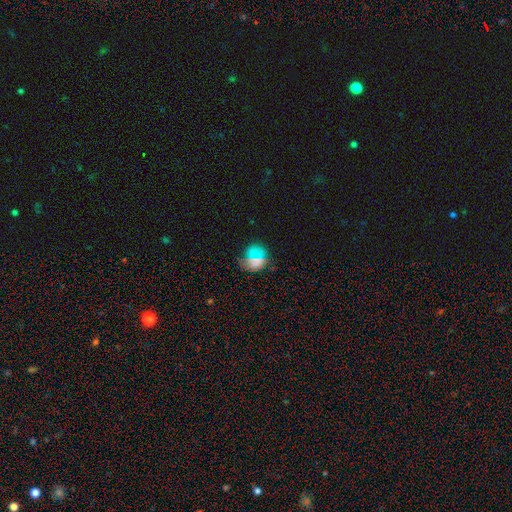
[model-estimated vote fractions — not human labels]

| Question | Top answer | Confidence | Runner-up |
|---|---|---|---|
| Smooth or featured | smooth | 62% | star or artifact (26%) |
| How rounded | round | 79% | in between (19%) |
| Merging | none | 72% | minor disturbance (17%) |